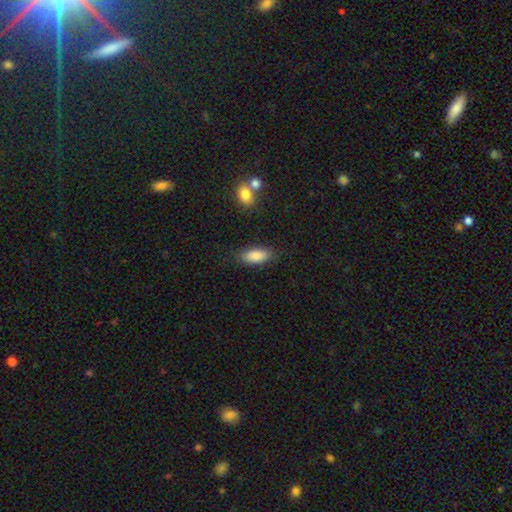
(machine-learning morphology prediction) smooth_or_featured: smooth (p=0.86) [alt: featured or disk p=0.07]
how_rounded: in between (p=0.85) [alt: cigar-shaped p=0.12]
merging: none (p=0.81) [alt: minor disturbance p=0.13]